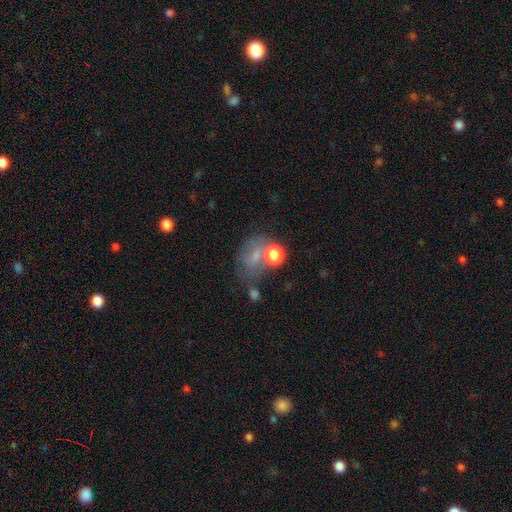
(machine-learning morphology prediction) smooth-or-featured: smooth: 49% | featured or disk: 26% | star or artifact: 25%
  merging: none: 39% | major disturbance: 23% | minor disturbance: 21% | merger: 17%